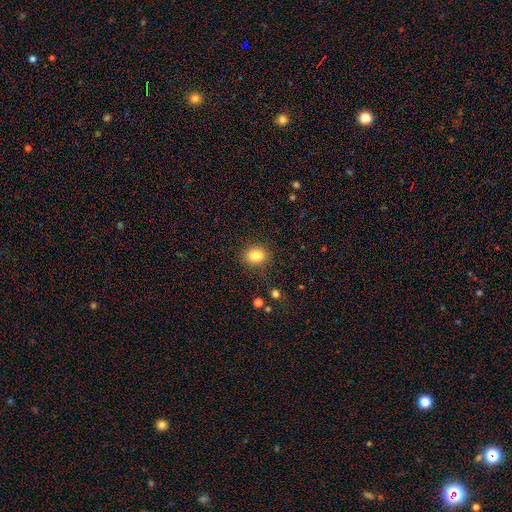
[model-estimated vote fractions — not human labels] smooth 83%, star or artifact 10%, featured or disk 6%. Down the decision tree: how rounded — round (52%); merging — none (86%).